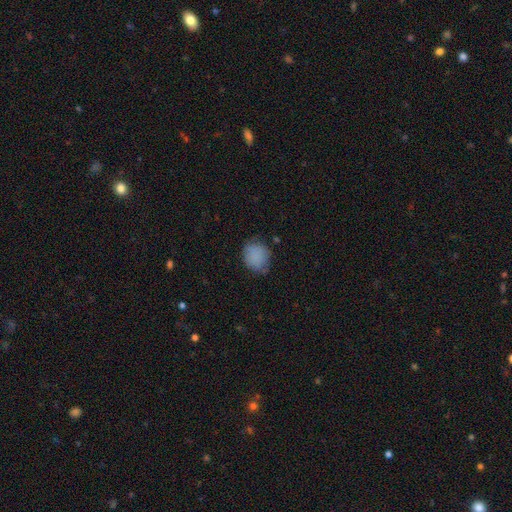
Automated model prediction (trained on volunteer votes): Overall: smooth (85%). How rounded: round (69%; in between 30%). Merging: none (61%; minor disturbance 31%).